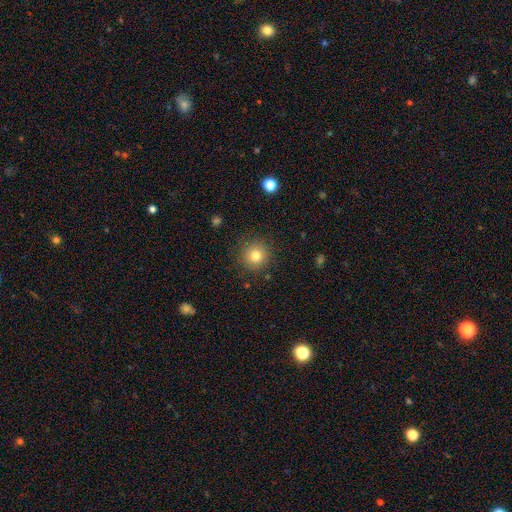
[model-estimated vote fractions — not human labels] Smooth or featured? Predicted: smooth (p=0.80). How rounded? Predicted: round (p=0.94). Merging? Predicted: none (p=0.89).